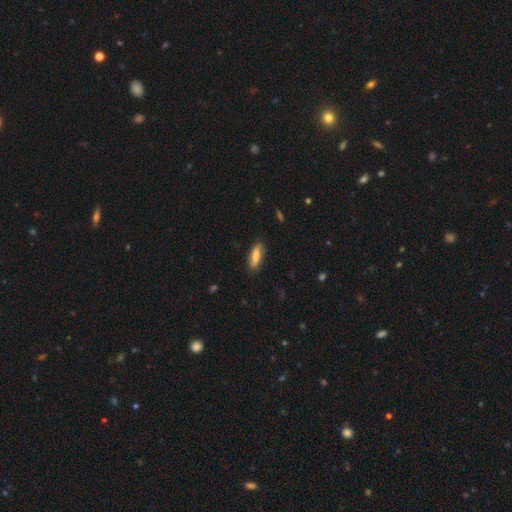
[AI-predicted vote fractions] A smooth galaxy with no disk features (70%) that is in between round and cigar-shaped (56%).

Vote fractions:
- Smooth or featured? smooth: 70% / featured or disk: 24% / star or artifact: 6%
- How rounded? in between: 56% / cigar-shaped: 41% / round: 2%
- Merging? none: 86% / minor disturbance: 11% / major disturbance: 2% / merger: 1%